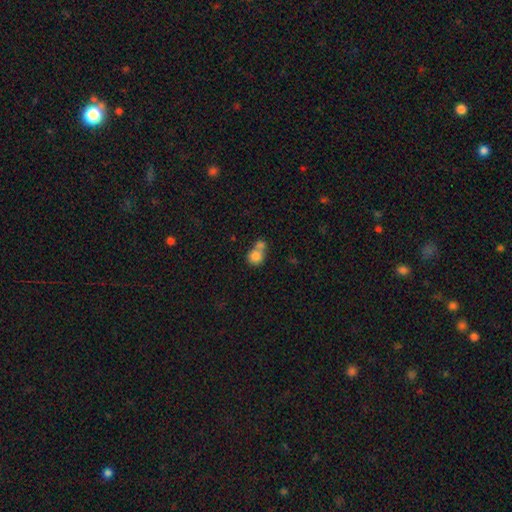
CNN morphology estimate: This is clearly a smooth galaxy (80%). How rounded: likely round (80%). Merging: possibly merger (57%).